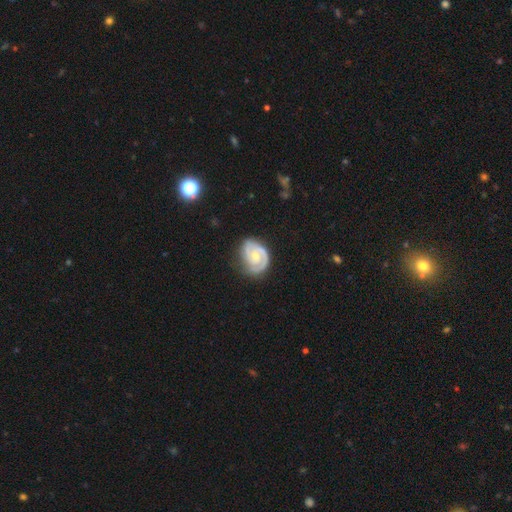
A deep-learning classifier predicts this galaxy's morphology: featured or disk 87%, smooth 9%, star or artifact 4%. Down the decision tree: edge-on disk — no (98%); bar — no (68%); spiral arms — yes (97%); spiral arm count — 2 (67%); spiral winding — tight (66%); bulge size — moderate (49%); merging — none (72%).